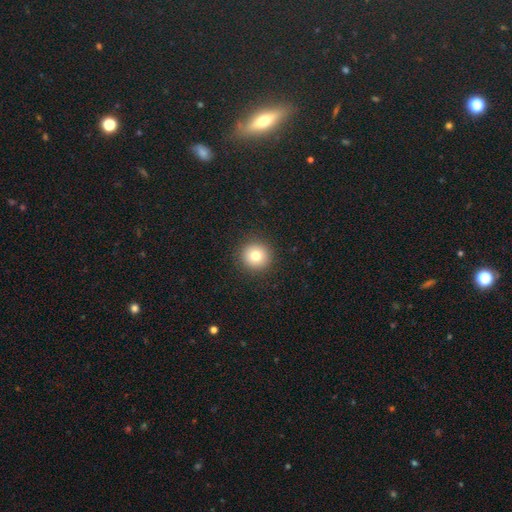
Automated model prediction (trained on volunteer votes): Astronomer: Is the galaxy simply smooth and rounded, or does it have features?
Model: smooth — 78%.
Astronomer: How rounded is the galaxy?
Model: round — 94%.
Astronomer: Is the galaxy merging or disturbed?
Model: none — 92%.